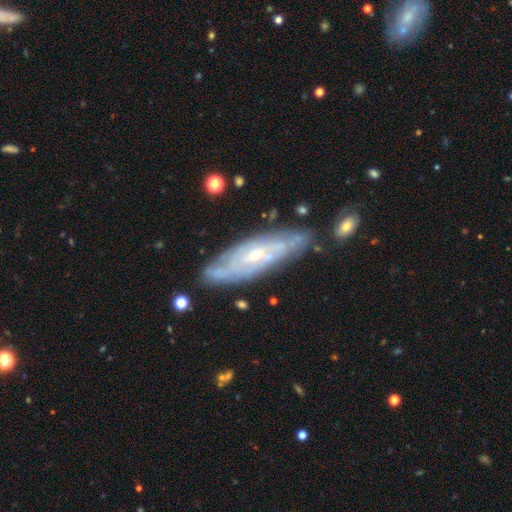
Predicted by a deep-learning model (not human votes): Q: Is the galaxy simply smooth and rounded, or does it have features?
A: featured or disk — 78%.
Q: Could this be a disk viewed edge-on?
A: no — 76%.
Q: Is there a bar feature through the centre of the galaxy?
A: no — 56%.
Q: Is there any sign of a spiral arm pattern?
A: yes — 86%.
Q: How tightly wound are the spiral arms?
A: tight — 67%.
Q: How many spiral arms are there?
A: can't tell — 61%.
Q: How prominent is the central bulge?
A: small — 61%.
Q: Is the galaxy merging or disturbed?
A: none — 74%.